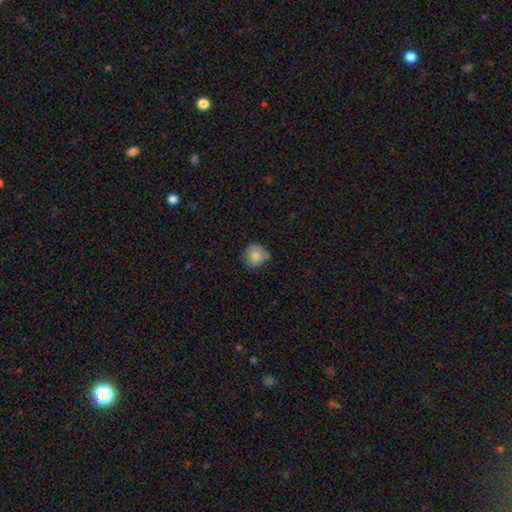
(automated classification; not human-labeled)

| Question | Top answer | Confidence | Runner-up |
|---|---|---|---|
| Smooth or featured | smooth | 81% | featured or disk (11%) |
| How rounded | round | 86% | in between (13%) |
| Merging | none | 68% | minor disturbance (27%) |